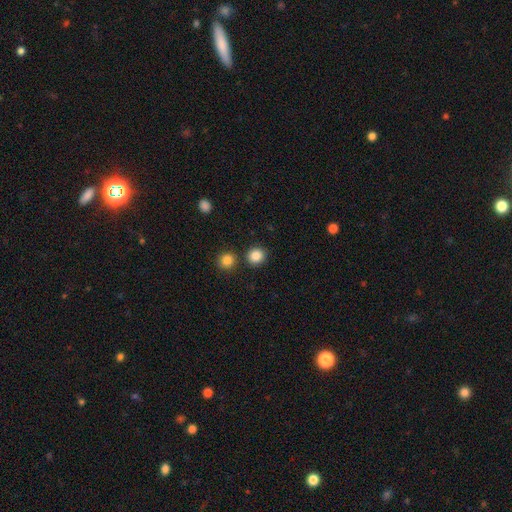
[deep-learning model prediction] smooth 86%, star or artifact 10%, featured or disk 4%. Down the decision tree: how rounded — round (89%); merging — none (85%).